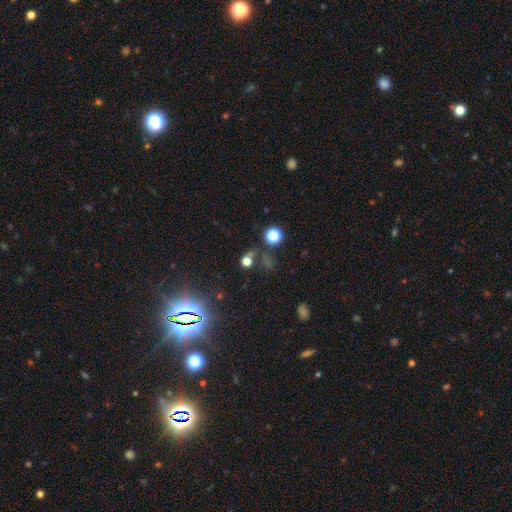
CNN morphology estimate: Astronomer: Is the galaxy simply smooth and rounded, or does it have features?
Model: star or artifact — 77%.